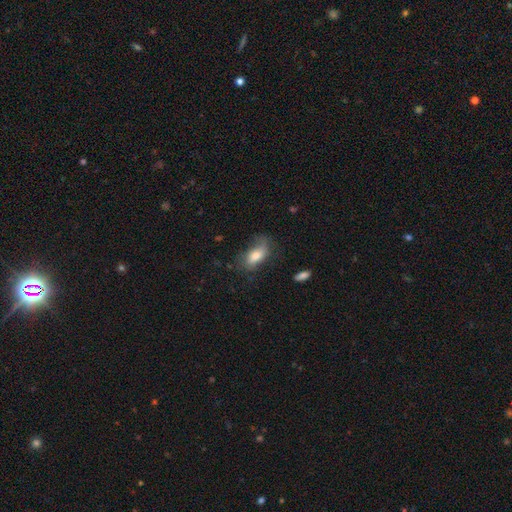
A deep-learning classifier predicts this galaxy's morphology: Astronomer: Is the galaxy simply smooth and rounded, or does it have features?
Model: smooth — 69%.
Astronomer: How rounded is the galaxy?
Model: in between — 85%.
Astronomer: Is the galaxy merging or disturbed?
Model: none — 52% (runner-up: minor disturbance, 29%).